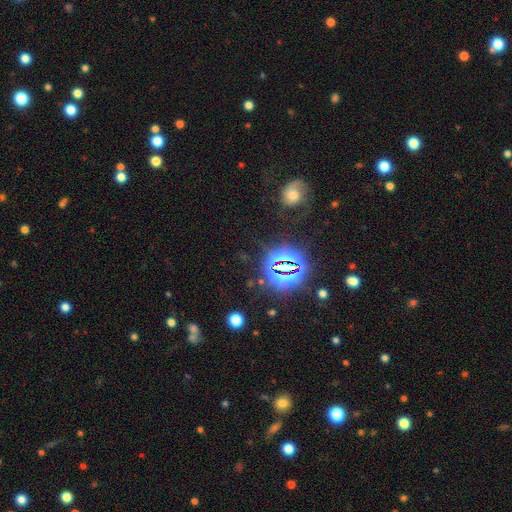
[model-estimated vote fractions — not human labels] star or artifact 80%, smooth 12%, featured or disk 8%.